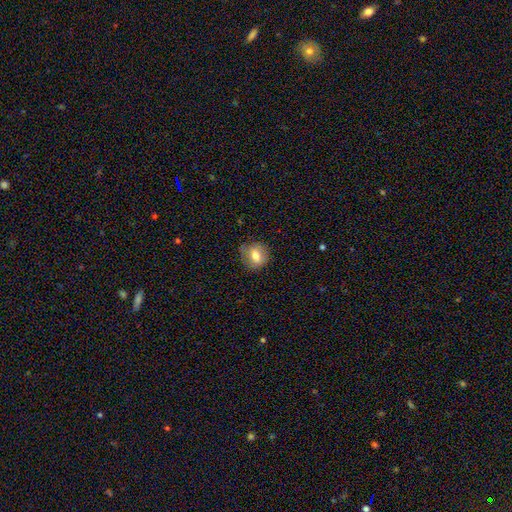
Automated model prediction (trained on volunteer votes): Smooth or featured?
  - smooth: 71% *
  - featured or disk: 20%
  - star or artifact: 9%
How rounded?
  - round: 70% *
  - in between: 29%
  - cigar-shaped: 1%
Merging?
  - none: 72% *
  - minor disturbance: 21%
  - major disturbance: 6%
  - merger: 1%